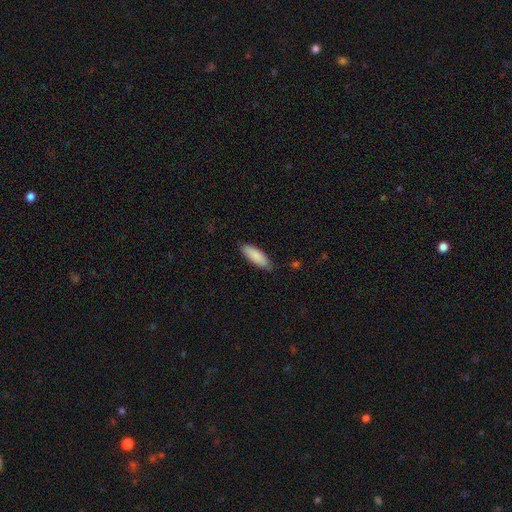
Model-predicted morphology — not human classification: A smooth galaxy with no disk features (87%) that is in between round and cigar-shaped (58%).

Vote fractions:
- Smooth or featured? smooth: 87% / featured or disk: 7% / star or artifact: 5%
- How rounded? in between: 58% / cigar-shaped: 40% / round: 1%
- Merging? none: 82% / minor disturbance: 14% / major disturbance: 2% / merger: 1%